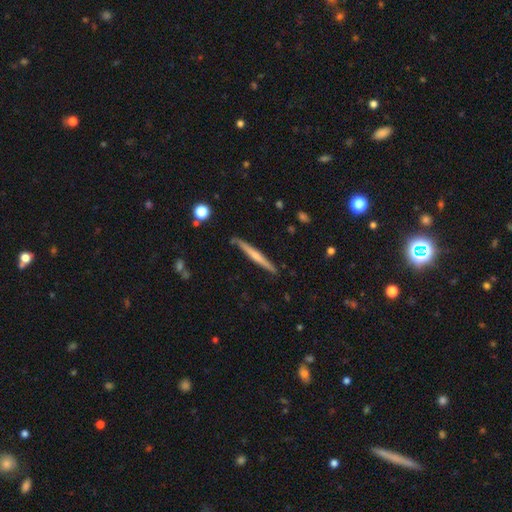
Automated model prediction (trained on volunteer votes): This is possibly a featured or disk galaxy (52%). It is clearly viewed edge-on (97%). Edge-on bulge: possibly none (53%). Merging: clearly none (87%).